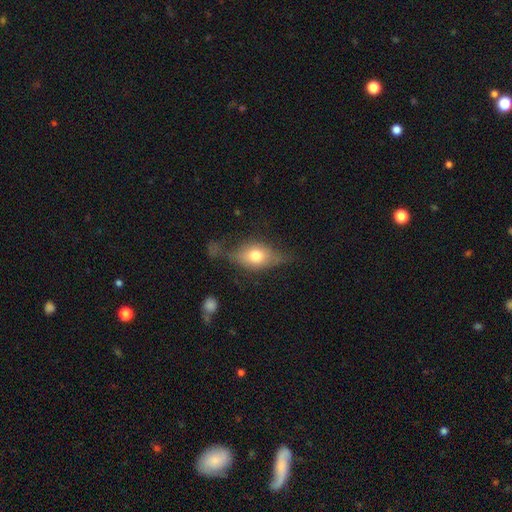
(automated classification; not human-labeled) Smooth or featured? Predicted: smooth (p=0.56). How rounded? Predicted: in between (p=0.74). Merging? Predicted: none (p=0.47).